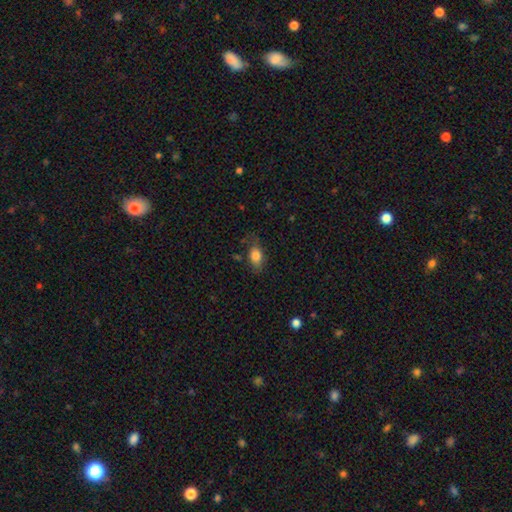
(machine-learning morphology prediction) Smooth or featured? Predicted: smooth (p=0.82). How rounded? Predicted: in between (p=0.84). Merging? Predicted: none (p=0.68).